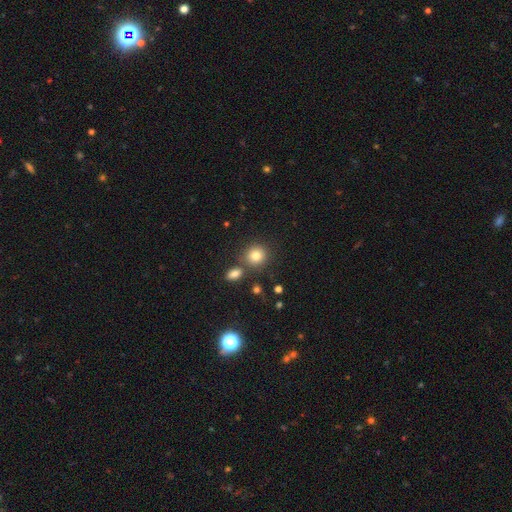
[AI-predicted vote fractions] smooth_or_featured: smooth (p=0.80) [alt: star or artifact p=0.12]
how_rounded: round (p=0.86) [alt: in between p=0.13]
merging: none (p=0.75) [alt: merger p=0.13]